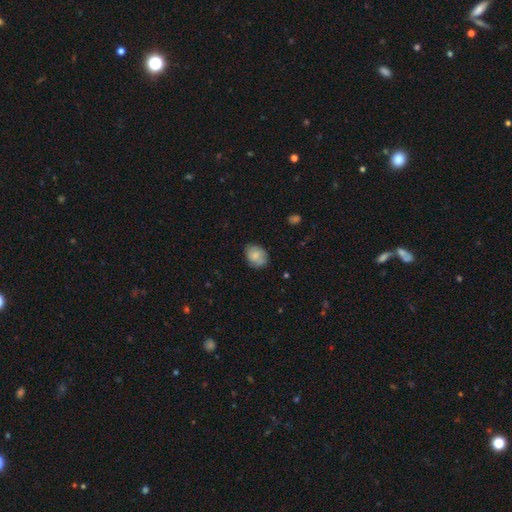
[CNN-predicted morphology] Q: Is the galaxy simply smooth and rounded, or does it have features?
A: smooth — 74%.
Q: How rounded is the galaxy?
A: in between — 57%.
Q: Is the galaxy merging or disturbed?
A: none — 74%.